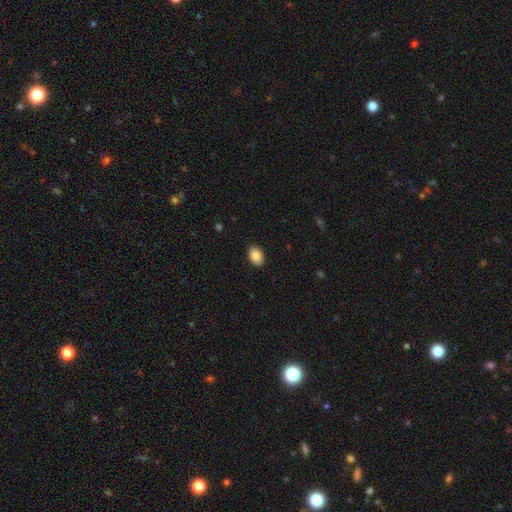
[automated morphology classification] smooth_or_featured: smooth (p=0.87) [alt: star or artifact p=0.08]
how_rounded: in between (p=0.82) [alt: round p=0.17]
merging: none (p=0.89) [alt: minor disturbance p=0.08]